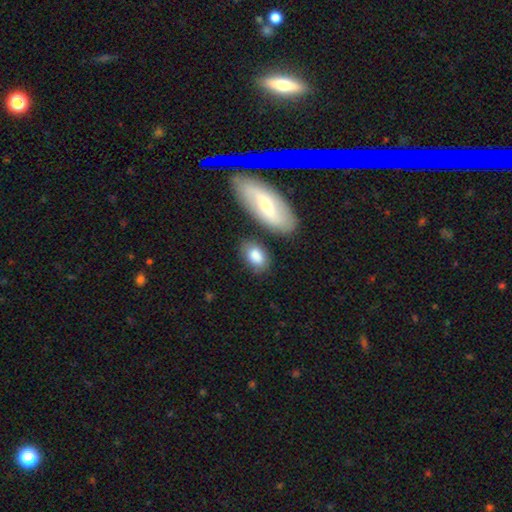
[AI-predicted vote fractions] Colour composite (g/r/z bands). It shows a smooth galaxy with no disk features (82%) that is in between round and cigar-shaped (86%). Merging: none (68%).